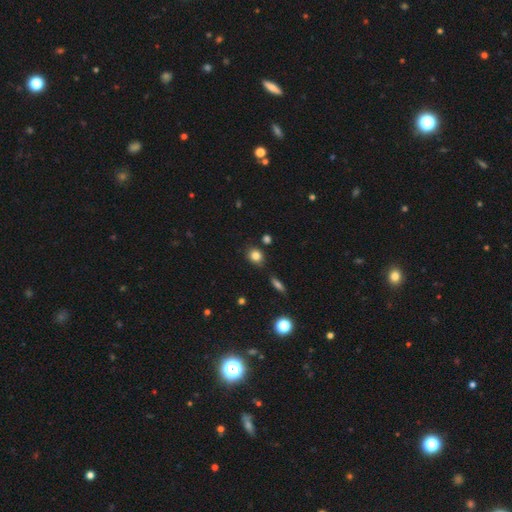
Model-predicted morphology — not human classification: This appears to be a smooth galaxy with no disk features (83%) that is round (66%). Merging: none (79%).